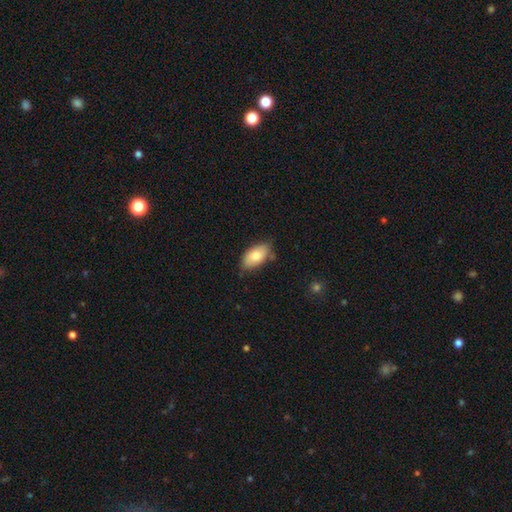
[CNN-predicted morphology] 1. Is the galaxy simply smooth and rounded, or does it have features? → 78% smooth, 16% featured or disk, 7% star or artifact.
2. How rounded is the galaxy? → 93% in between, 3% cigar-shaped, 3% round.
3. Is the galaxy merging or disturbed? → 75% none, 19% minor disturbance, 3% major disturbance, 3% merger.